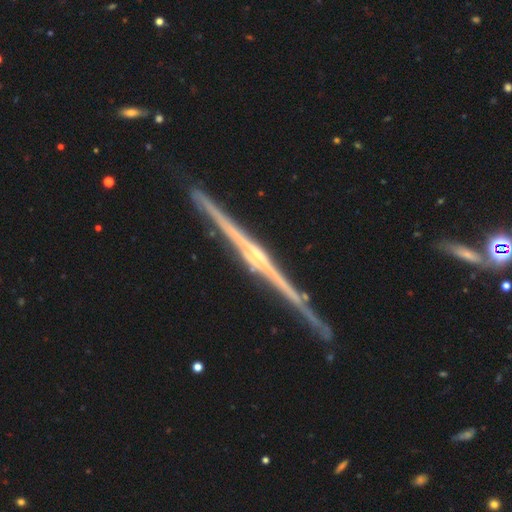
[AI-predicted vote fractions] This is clearly a featured or disk galaxy (91%). It is clearly viewed edge-on (98%). Edge-on bulge: likely rounded (74%). Merging: clearly none (87%).